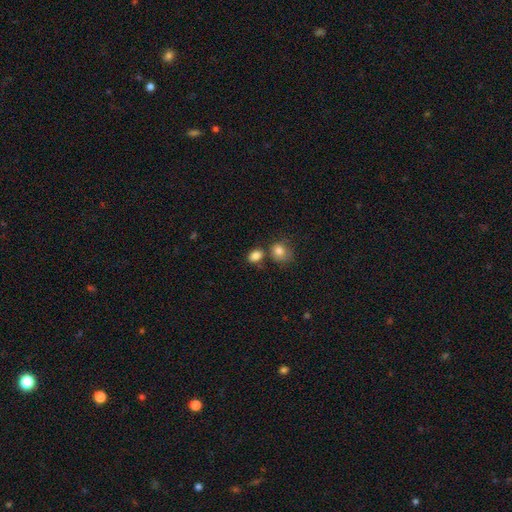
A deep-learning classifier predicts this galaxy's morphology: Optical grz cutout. It shows a smooth galaxy with no disk features (84%) that is in between round and cigar-shaped (70%). Merging: none (59%).